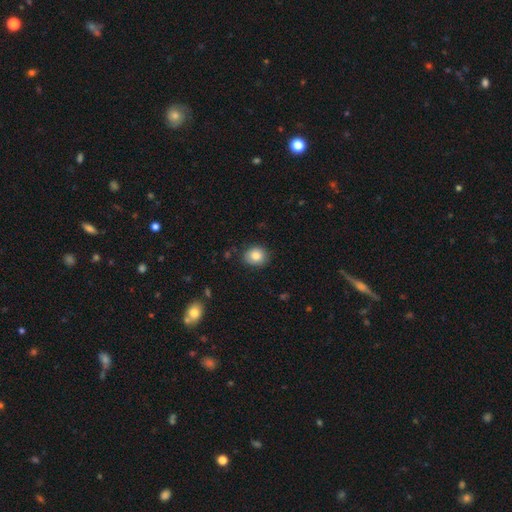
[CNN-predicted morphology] A smooth galaxy with no disk features (83%) that is round (73%). Merging: none (86%).